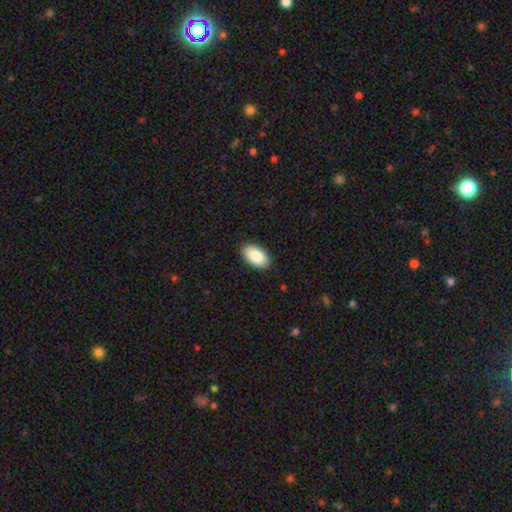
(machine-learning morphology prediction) The model was most divided on "merging": none: 89%, minor disturbance: 8%, major disturbance: 2%, merger: 1%. More confident: how rounded — in between (95%); smooth or featured — smooth (88%).